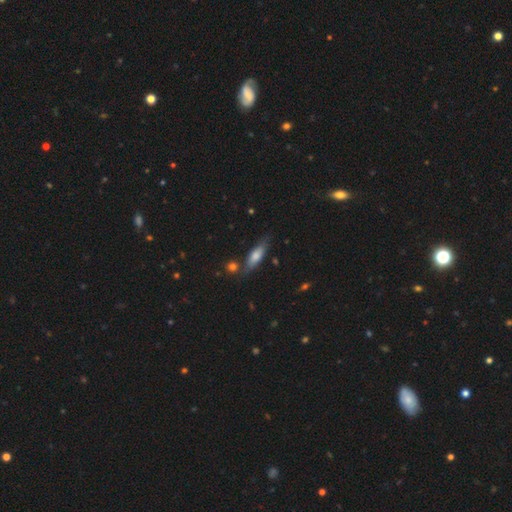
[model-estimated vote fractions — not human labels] smooth-or-featured: smooth: 64% | featured or disk: 29% | star or artifact: 7%
  how-rounded: cigar-shaped: 51% | in between: 46% | round: 3%
  merging: none: 71% | minor disturbance: 18% | merger: 7% | major disturbance: 4%